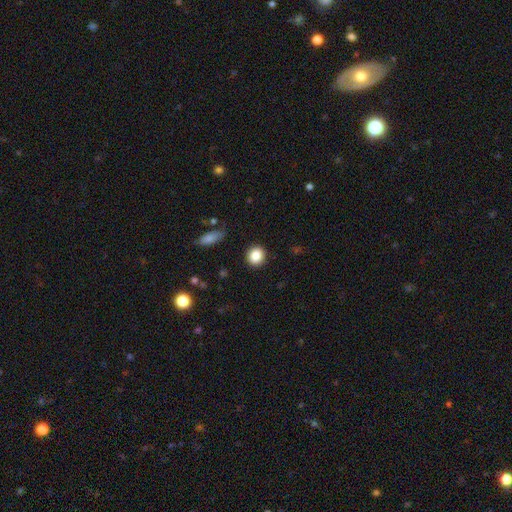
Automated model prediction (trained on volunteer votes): A smooth galaxy with no disk features (86%) that is round (85%).

Vote fractions:
- Smooth or featured? smooth: 86% / star or artifact: 9% / featured or disk: 5%
- How rounded? round: 85% / in between: 14% / cigar-shaped: 1%
- Merging? none: 90% / minor disturbance: 6% / major disturbance: 2% / merger: 1%